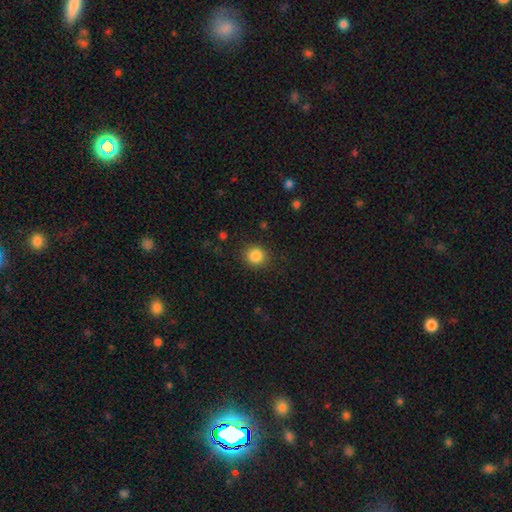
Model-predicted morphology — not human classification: smooth-or-featured: smooth: 86% | star or artifact: 10% | featured or disk: 4%
  how-rounded: round: 89% | in between: 10% | cigar-shaped: 1%
  merging: none: 88% | minor disturbance: 8% | major disturbance: 3% | merger: 1%